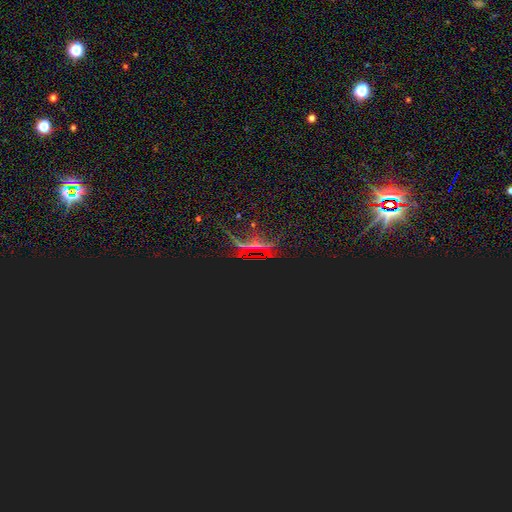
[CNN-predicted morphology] star or artifact 76%, smooth 12%, featured or disk 12%.